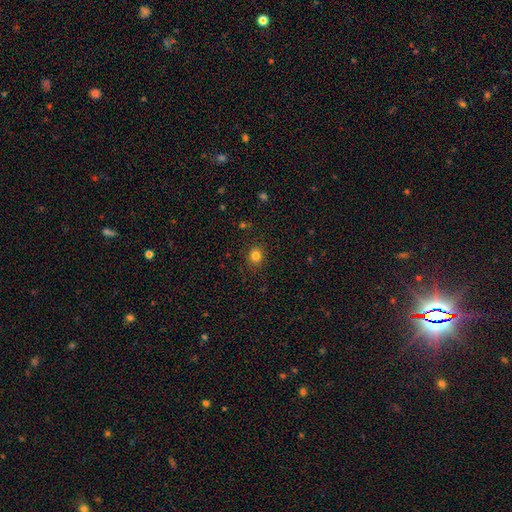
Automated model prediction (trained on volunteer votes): Q: Smooth or featured?
A: smooth (82%); runner-up: star or artifact (13%)
Q: How rounded?
A: round (83%); runner-up: in between (16%)
Q: Merging?
A: none (88%); runner-up: minor disturbance (8%)